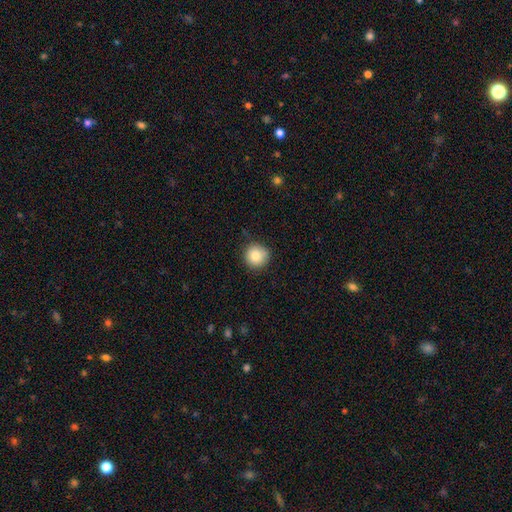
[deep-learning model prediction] Smooth or featured: smooth — 86% (star or artifact — 9%)
How rounded: round — 94% (in between — 5%)
Merging: none — 86% (minor disturbance — 11%)